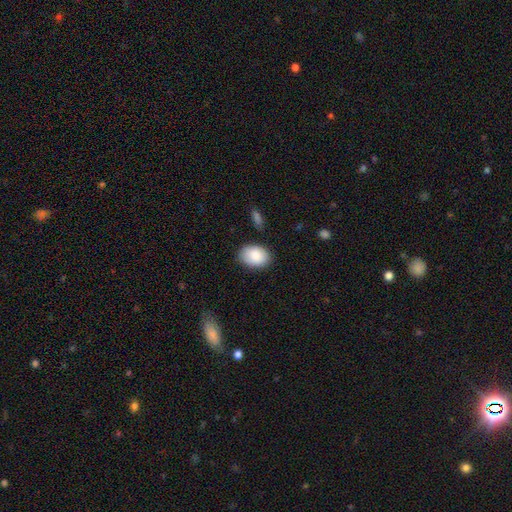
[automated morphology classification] This is clearly a smooth galaxy (87%). How rounded: clearly in between (81%). Merging: clearly none (82%).